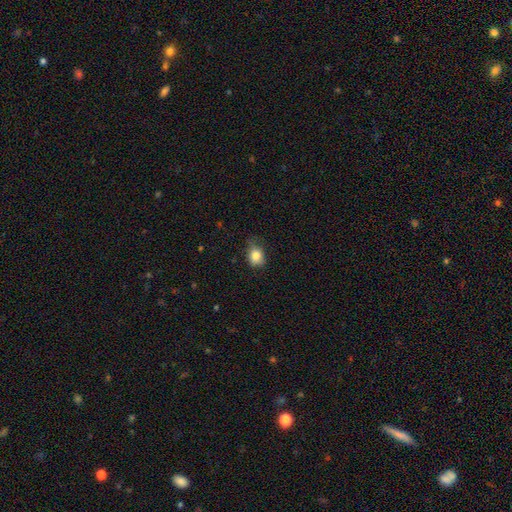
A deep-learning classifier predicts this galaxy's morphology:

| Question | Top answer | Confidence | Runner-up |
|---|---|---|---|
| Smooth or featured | smooth | 83% | star or artifact (10%) |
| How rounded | round | 50% | in between (49%) |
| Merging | none | 61% | minor disturbance (30%) |